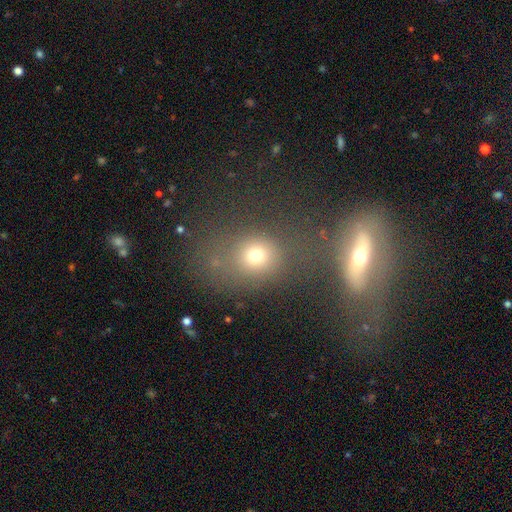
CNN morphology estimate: A smooth galaxy with no disk features (70%) that is round (63%). Merging: none (55%).